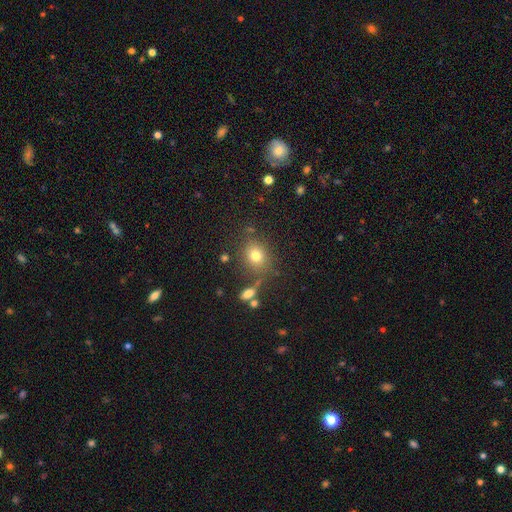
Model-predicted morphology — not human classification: Q: Smooth or featured?
A: smooth (75%); runner-up: star or artifact (15%)
Q: How rounded?
A: round (65%); runner-up: in between (33%)
Q: Merging?
A: none (76%); runner-up: minor disturbance (12%)